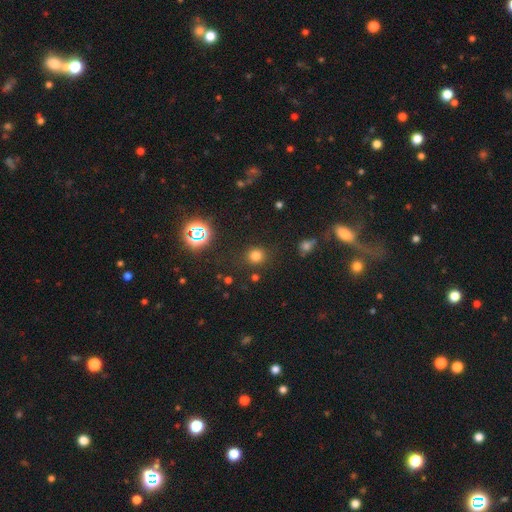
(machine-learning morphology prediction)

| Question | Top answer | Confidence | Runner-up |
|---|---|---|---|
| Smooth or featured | smooth | 73% | star or artifact (22%) |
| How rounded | round | 89% | in between (10%) |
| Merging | none | 86% | minor disturbance (8%) |